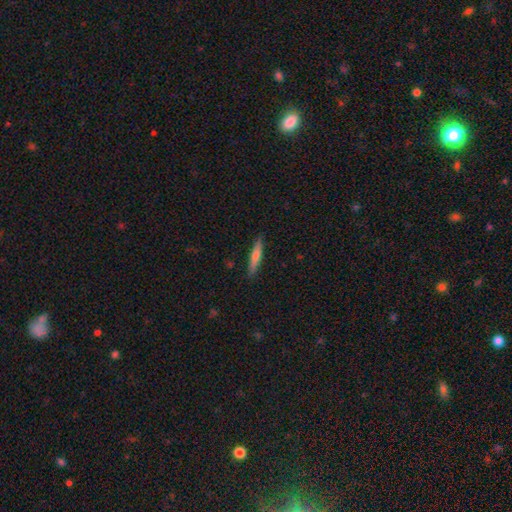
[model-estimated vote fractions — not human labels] This appears to be a smooth galaxy with no disk features (59%) that is cigar-shaped (89%). Merging: none (89%).